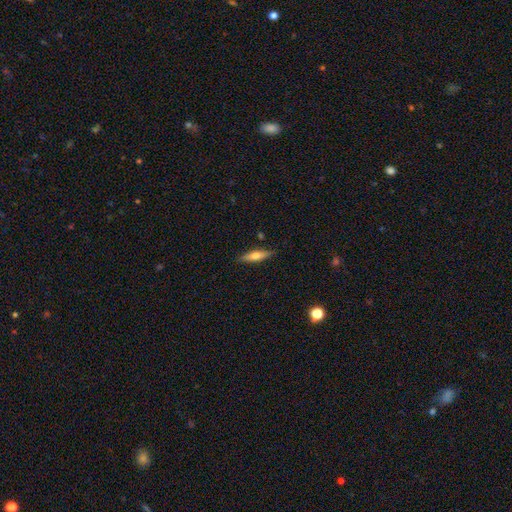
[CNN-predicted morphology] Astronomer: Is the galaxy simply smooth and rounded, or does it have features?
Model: smooth — 58% (runner-up: featured or disk, 35%).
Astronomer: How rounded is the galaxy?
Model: cigar-shaped — 73%.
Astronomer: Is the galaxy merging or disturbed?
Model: none — 86%.